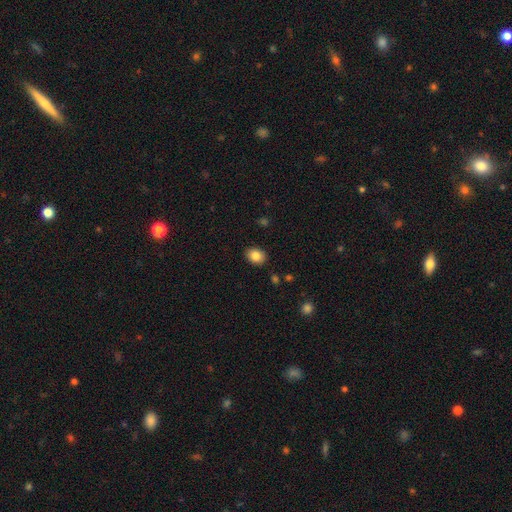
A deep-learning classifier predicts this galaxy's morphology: Smooth or featured: smooth — 84% (star or artifact — 9%)
How rounded: in between — 60% (round — 39%)
Merging: none — 89% (minor disturbance — 8%)